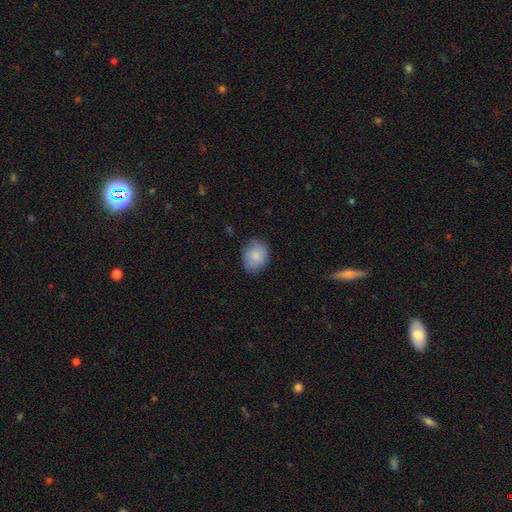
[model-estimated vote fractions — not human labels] Smooth or featured? smooth (84%)
How rounded? in between (55%)
Merging? none (72%)